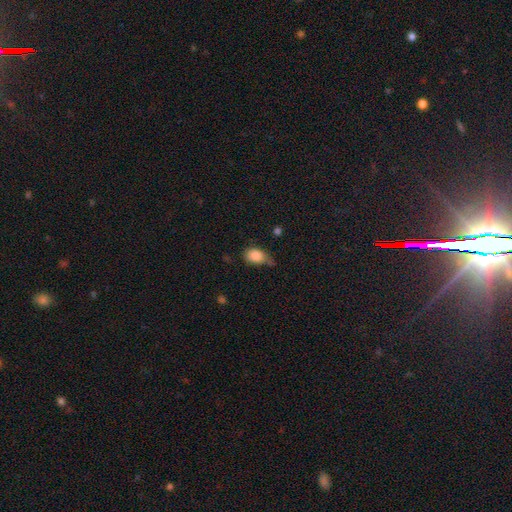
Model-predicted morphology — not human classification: This appears to be a smooth galaxy with no disk features (86%) that is in between round and cigar-shaped (73%). Merging: none (43%).